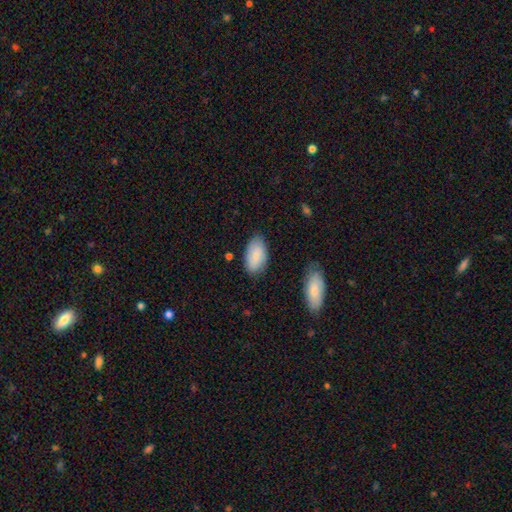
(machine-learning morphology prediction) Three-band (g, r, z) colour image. It shows a smooth galaxy with no disk features (77%) that is in between round and cigar-shaped (95%). Merging: none (77%).